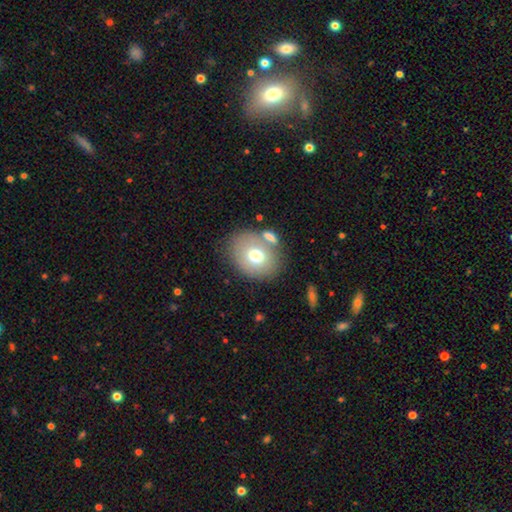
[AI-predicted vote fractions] Overall: smooth (70%). How rounded: round (50%; in between 49%). Merging: none (67%).